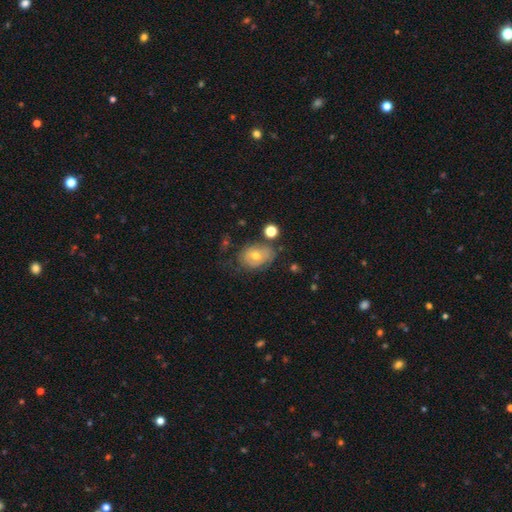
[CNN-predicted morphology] smooth-or-featured: smooth: 48% | featured or disk: 40% | star or artifact: 11%
  merging: none: 59% | minor disturbance: 24% | major disturbance: 11% | merger: 5%